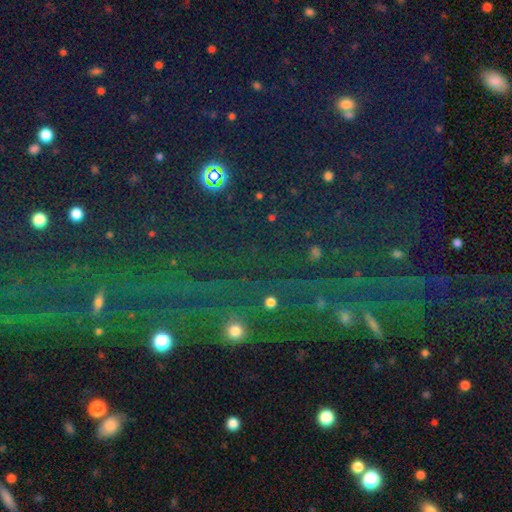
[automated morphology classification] Q: Smooth or featured?
A: star or artifact (72%); runner-up: smooth (19%)